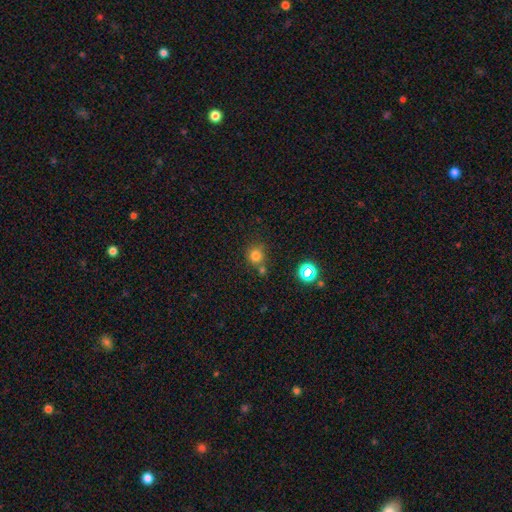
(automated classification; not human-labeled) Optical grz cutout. It shows a smooth galaxy with no disk features (77%) that is round (88%). Merging: none (66%).